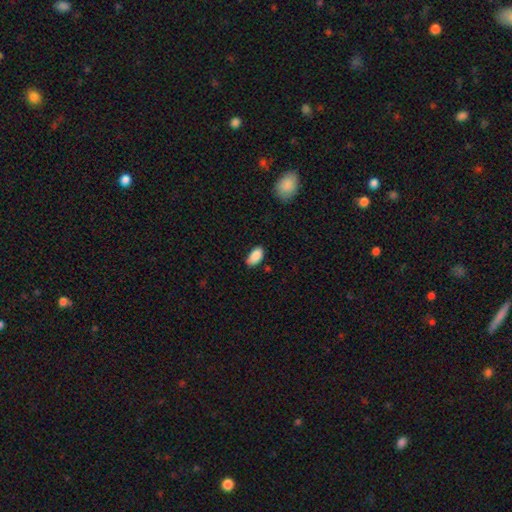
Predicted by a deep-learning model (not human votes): smooth-or-featured: smooth: 89% | star or artifact: 7% | featured or disk: 4%
  how-rounded: in between: 94% | cigar-shaped: 3% | round: 3%
  merging: none: 78% | minor disturbance: 18% | major disturbance: 3% | merger: 2%